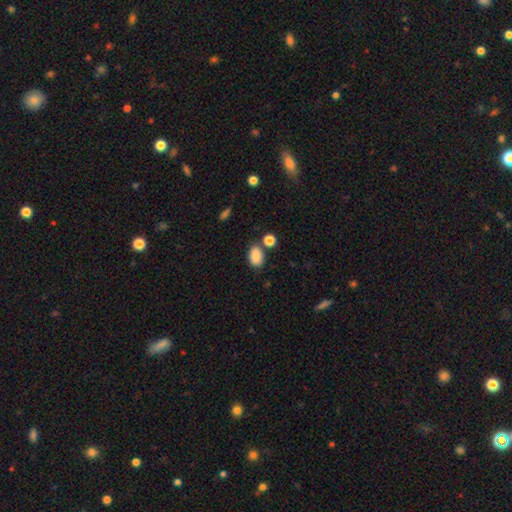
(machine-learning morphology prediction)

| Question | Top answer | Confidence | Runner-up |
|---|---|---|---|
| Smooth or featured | smooth | 88% | star or artifact (8%) |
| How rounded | in between | 86% | round (12%) |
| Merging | none | 72% | minor disturbance (13%) |